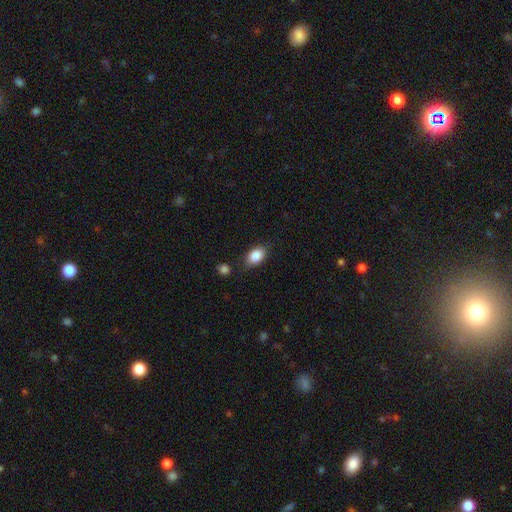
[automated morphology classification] Smooth or featured: smooth — 85% (star or artifact — 8%)
How rounded: in between — 85% (round — 13%)
Merging: none — 77% (minor disturbance — 16%)